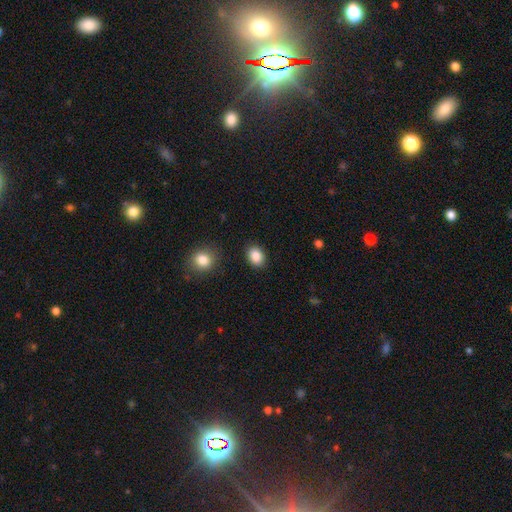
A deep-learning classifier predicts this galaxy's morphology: Smooth or featured? smooth (87%)
How rounded? in between (61%)
Merging? none (88%)